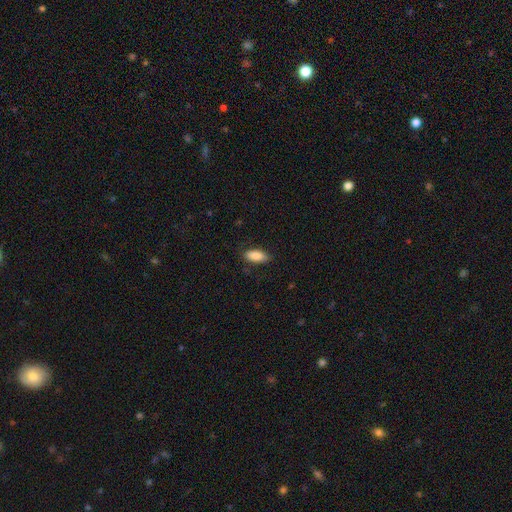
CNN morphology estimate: Smooth or featured: smooth — 88% (star or artifact — 6%)
How rounded: in between — 82% (cigar-shaped — 15%)
Merging: none — 82% (minor disturbance — 14%)